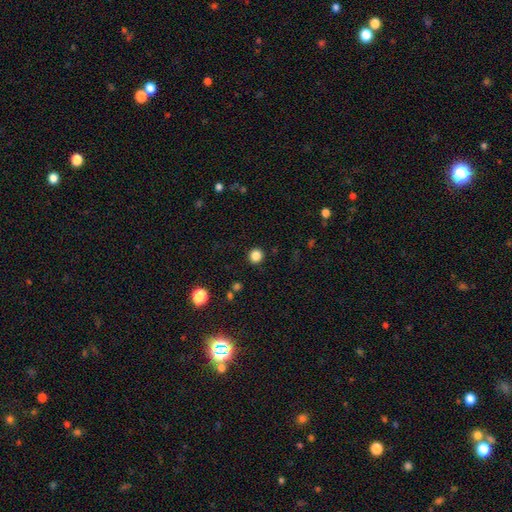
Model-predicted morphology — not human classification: Smooth or featured? smooth (85%)
How rounded? round (93%)
Merging? none (92%)